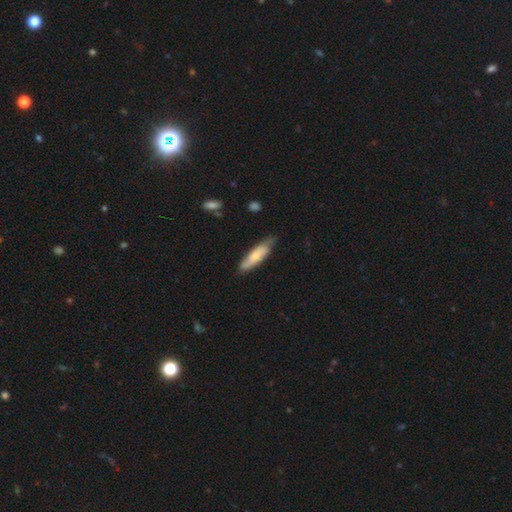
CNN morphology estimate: This appears to be a smooth galaxy with no disk features (63%) that is cigar-shaped (65%). Merging: none (68%).